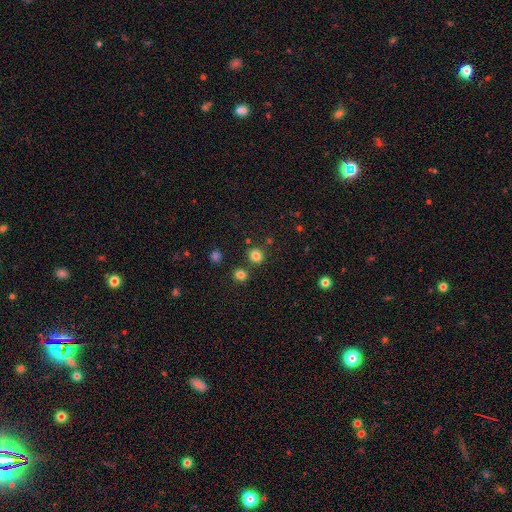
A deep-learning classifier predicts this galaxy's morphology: Smooth or featured?
  - smooth: 81% *
  - star or artifact: 14%
  - featured or disk: 5%
How rounded?
  - round: 85% *
  - in between: 14%
  - cigar-shaped: 1%
Merging?
  - none: 82% *
  - merger: 8%
  - minor disturbance: 8%
  - major disturbance: 3%